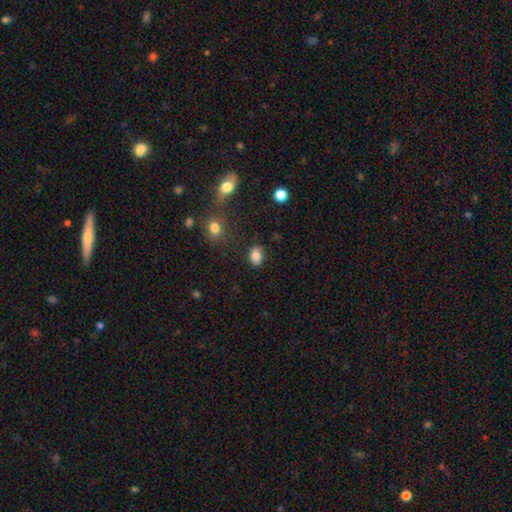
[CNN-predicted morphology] A smooth galaxy with no disk features (85%) that is in between round and cigar-shaped (79%).

Vote fractions:
- Smooth or featured? smooth: 85% / star or artifact: 10% / featured or disk: 6%
- How rounded? in between: 79% / round: 20% / cigar-shaped: 1%
- Merging? none: 81% / minor disturbance: 13% / major disturbance: 3% / merger: 3%